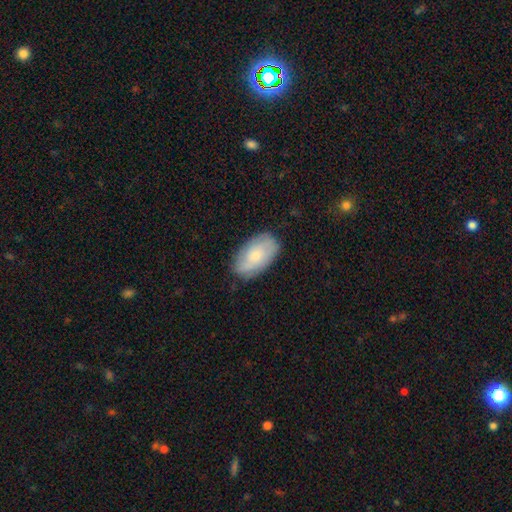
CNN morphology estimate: This is likely a smooth galaxy (65%). How rounded: clearly in between (94%). Merging: clearly none (80%).